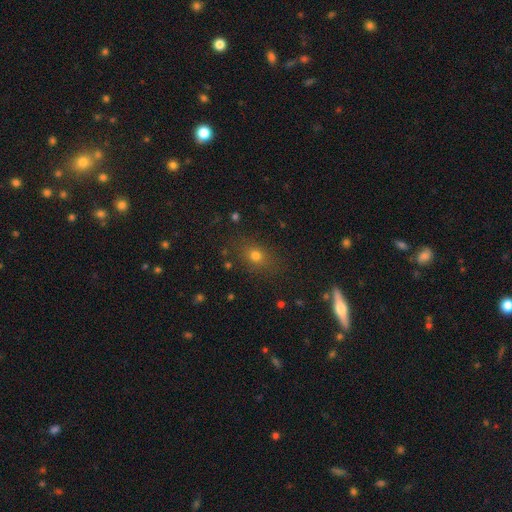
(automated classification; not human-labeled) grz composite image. It shows a smooth galaxy with no disk features (72%) that is in between round and cigar-shaped (55%). Merging: none (81%).